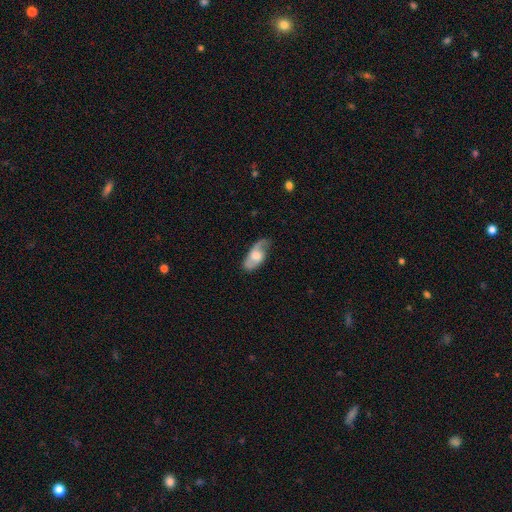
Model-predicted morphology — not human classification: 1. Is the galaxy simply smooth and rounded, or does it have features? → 53% featured or disk, 40% smooth, 7% star or artifact.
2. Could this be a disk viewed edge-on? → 85% no, 15% yes.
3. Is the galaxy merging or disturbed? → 61% none, 26% minor disturbance, 11% major disturbance, 2% merger.